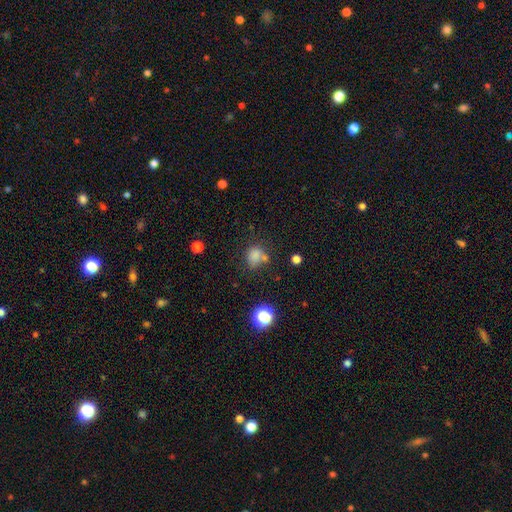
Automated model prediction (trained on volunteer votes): Overall: smooth (76%). How rounded: round (62%; in between 37%). Merging: none (52%; merger 20%).